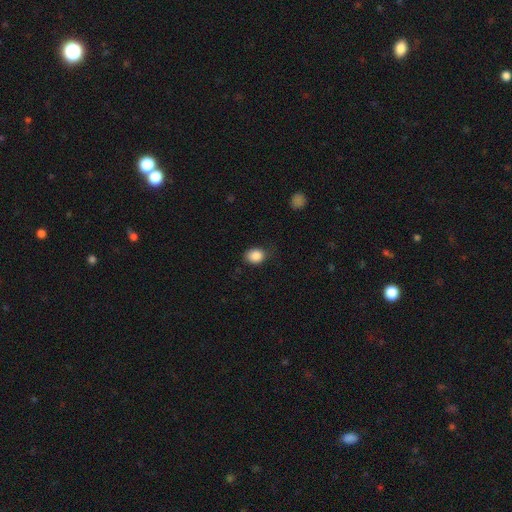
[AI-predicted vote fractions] A smooth galaxy with no disk features (87%) that is in between round and cigar-shaped (55%). Merging: none (72%).